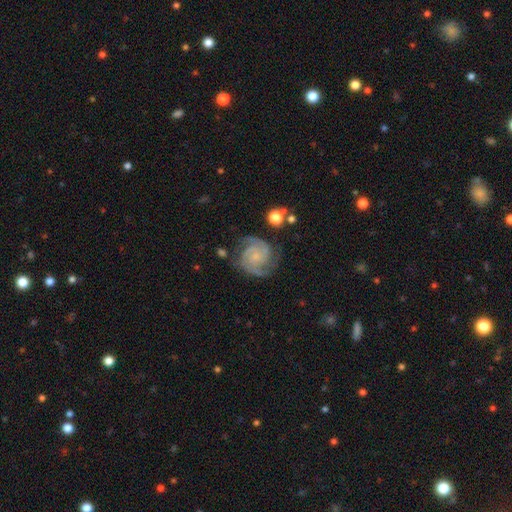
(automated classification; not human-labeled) This appears to be a featured or disk galaxy (89%) with no bar (69%), 2 (46%) tight (57%) spiral arms (98%) and a small central bulge (65%). Merging: none (74%).